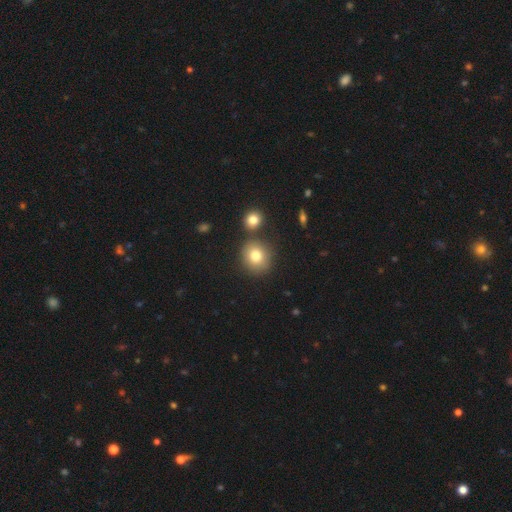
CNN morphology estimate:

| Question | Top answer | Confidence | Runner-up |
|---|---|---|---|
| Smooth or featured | smooth | 80% | star or artifact (10%) |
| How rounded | round | 83% | in between (16%) |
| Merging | none | 74% | merger (14%) |